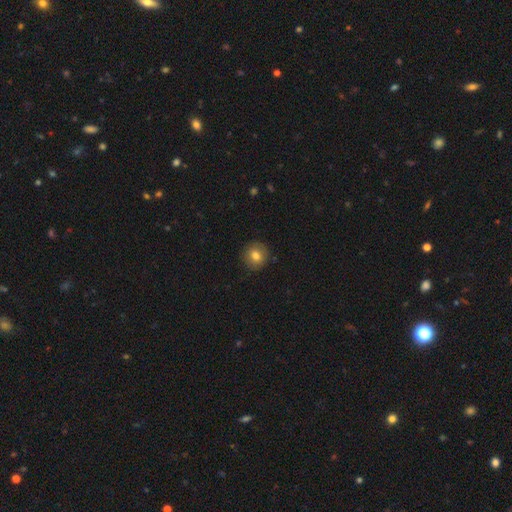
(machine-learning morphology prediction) smooth 78%, featured or disk 13%, star or artifact 9%. Down the decision tree: how rounded — round (91%); merging — none (87%).